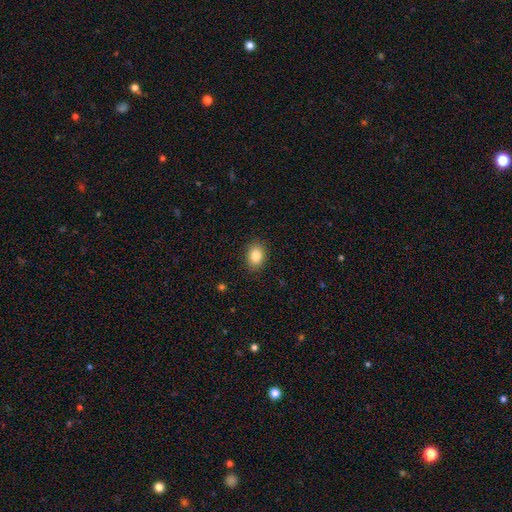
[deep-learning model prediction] smooth 85%, star or artifact 9%, featured or disk 6%. Down the decision tree: how rounded — in between (68%); merging — none (88%).